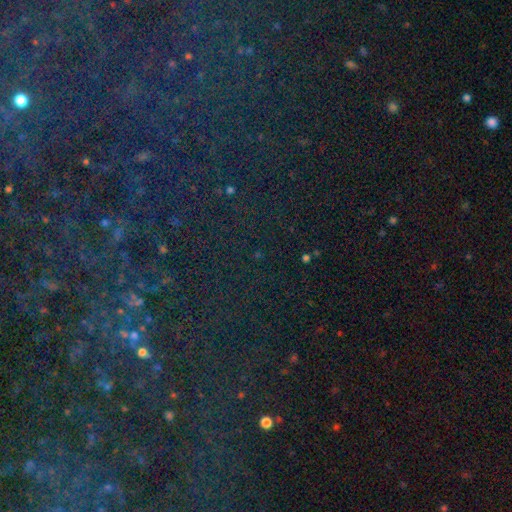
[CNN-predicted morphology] The model was most divided on "smooth or featured": star or artifact: 80%, smooth: 11%, featured or disk: 9%.